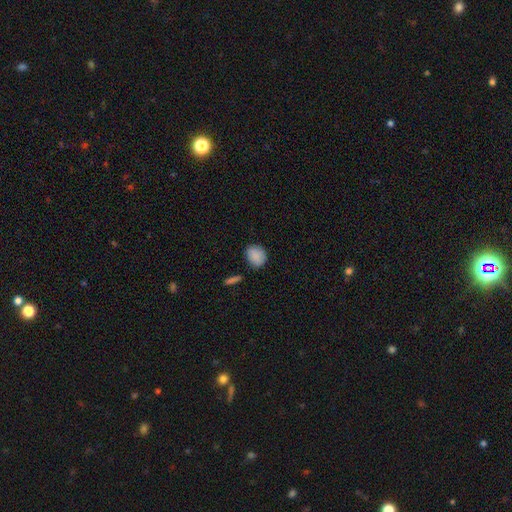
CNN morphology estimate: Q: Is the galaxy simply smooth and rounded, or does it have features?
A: smooth — 88%.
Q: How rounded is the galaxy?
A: round — 60%.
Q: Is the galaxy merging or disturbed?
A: none — 75%.